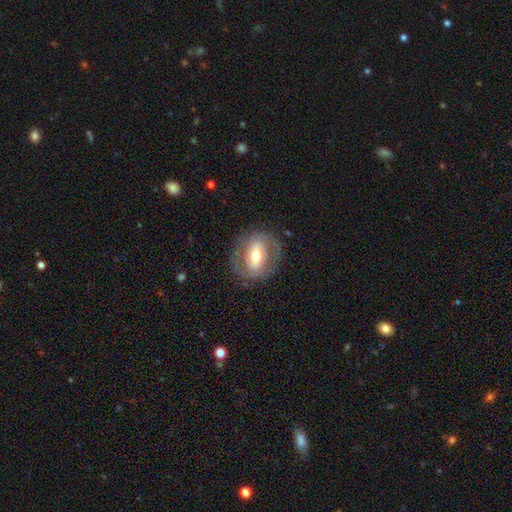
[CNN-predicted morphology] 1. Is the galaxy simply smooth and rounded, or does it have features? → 69% featured or disk, 25% smooth, 6% star or artifact.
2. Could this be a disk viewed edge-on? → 95% no, 5% yes.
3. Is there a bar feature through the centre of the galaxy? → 40% strong, 36% weak, 24% no.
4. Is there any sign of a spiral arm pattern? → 68% yes, 32% no.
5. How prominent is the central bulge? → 65% moderate, 20% small, 12% large, 1% dominant, 1% none.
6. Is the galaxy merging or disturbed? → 79% none, 13% minor disturbance, 8% major disturbance, 1% merger.